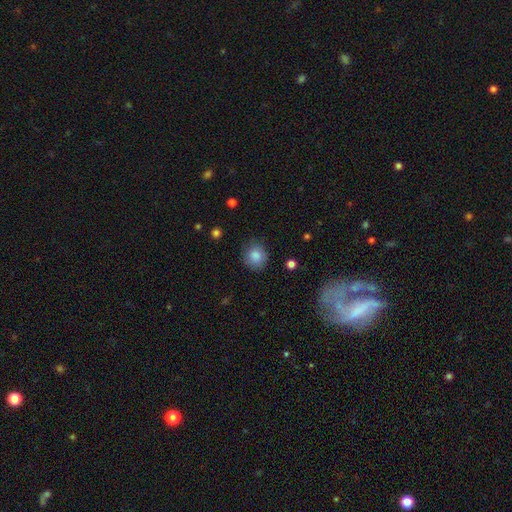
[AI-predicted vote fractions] Smooth or featured: smooth — 86% (star or artifact — 9%)
How rounded: round — 84% (in between — 15%)
Merging: none — 83% (minor disturbance — 12%)